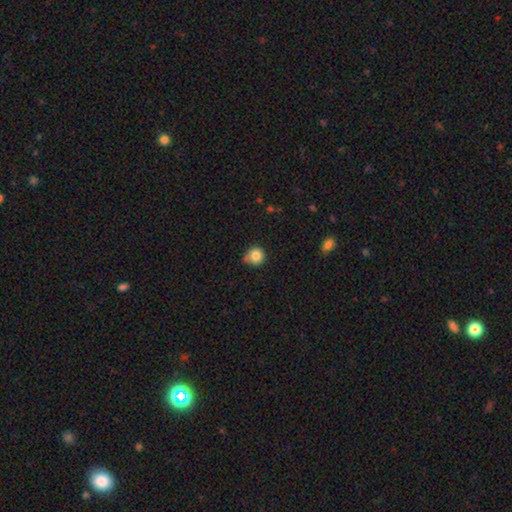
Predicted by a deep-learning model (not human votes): Q: Smooth or featured?
A: smooth (83%); runner-up: star or artifact (11%)
Q: How rounded?
A: round (92%); runner-up: in between (7%)
Q: Merging?
A: none (70%); runner-up: minor disturbance (19%)